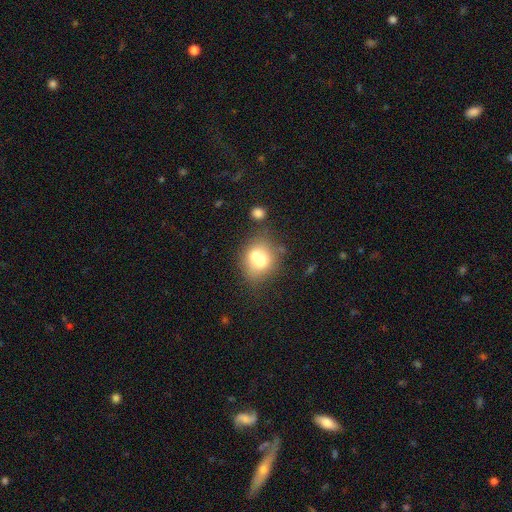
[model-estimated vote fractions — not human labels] A smooth galaxy with no disk features (64%) that is round (63%).

Vote fractions:
- Smooth or featured? smooth: 64% / featured or disk: 26% / star or artifact: 11%
- How rounded? round: 63% / in between: 36% / cigar-shaped: 1%
- Merging? merger: 56% / none: 31% / minor disturbance: 9% / major disturbance: 4%